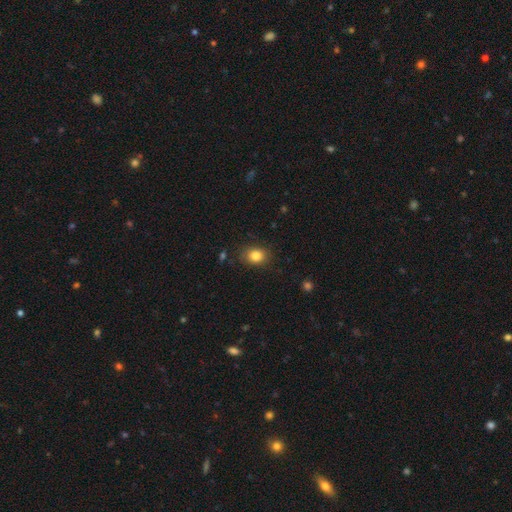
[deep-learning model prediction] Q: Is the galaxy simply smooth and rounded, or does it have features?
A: smooth — 84%.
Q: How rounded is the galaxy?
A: in between — 56%.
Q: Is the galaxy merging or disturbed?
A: none — 83%.